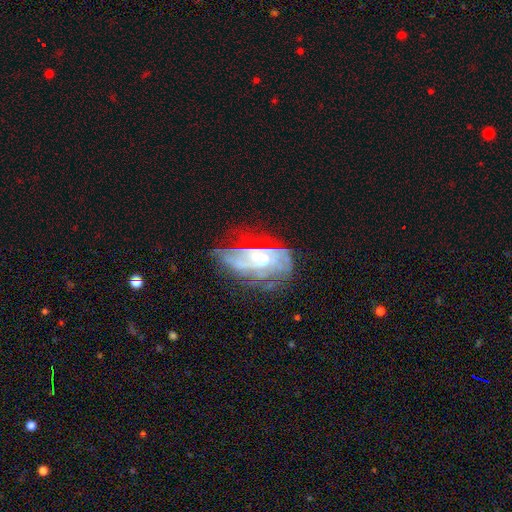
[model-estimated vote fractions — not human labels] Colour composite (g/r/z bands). It shows a featured or disk galaxy (72%) with no bar (70%), spiral arms (69%) and a moderate central bulge (65%). Merging: none (54%).